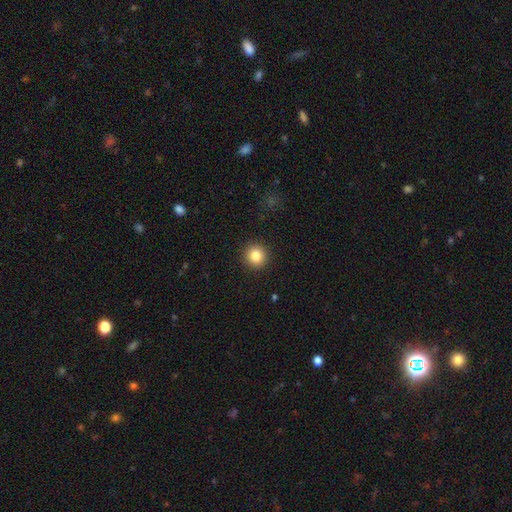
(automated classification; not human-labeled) Smooth or featured: smooth — 84% (star or artifact — 10%)
How rounded: round — 93% (in between — 6%)
Merging: none — 92% (minor disturbance — 5%)